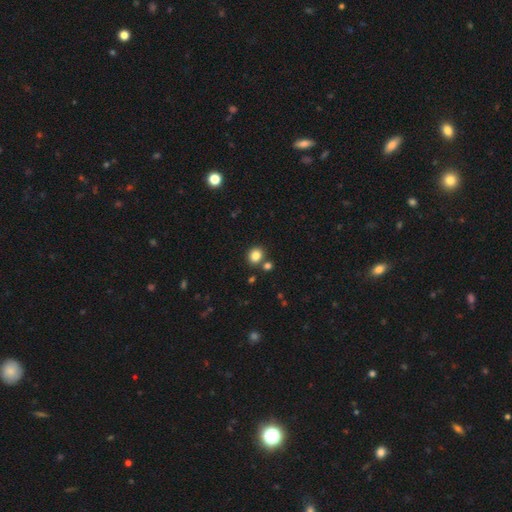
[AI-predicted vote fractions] A smooth galaxy with no disk features (84%) that is round (67%). Merging: none (76%).